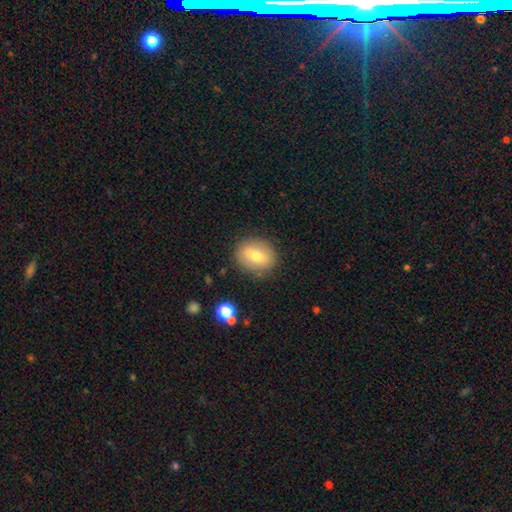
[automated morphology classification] This appears to be a smooth galaxy with no disk features (68%) that is in between round and cigar-shaped (49%, tied with round). Merging: none (84%).